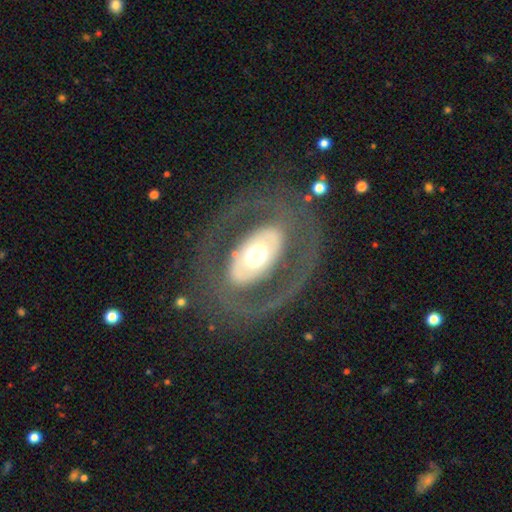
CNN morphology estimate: smooth_or_featured: featured or disk (p=0.66) [alt: smooth p=0.27]
disk_edge_on: no (p=0.90) [alt: yes p=0.10]
bar: no (p=0.75) [alt: weak p=0.13]
has_spiral_arms: no (p=0.67) [alt: yes p=0.33]
bulge_size: moderate (p=0.47) [alt: large p=0.38]
merging: none (p=0.76) [alt: major disturbance p=0.12]